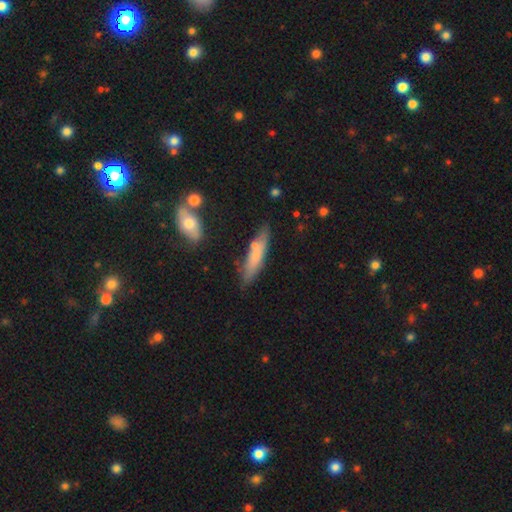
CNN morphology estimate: This is likely a smooth galaxy (64%). How rounded: likely cigar-shaped (78%). Merging: likely none (75%).